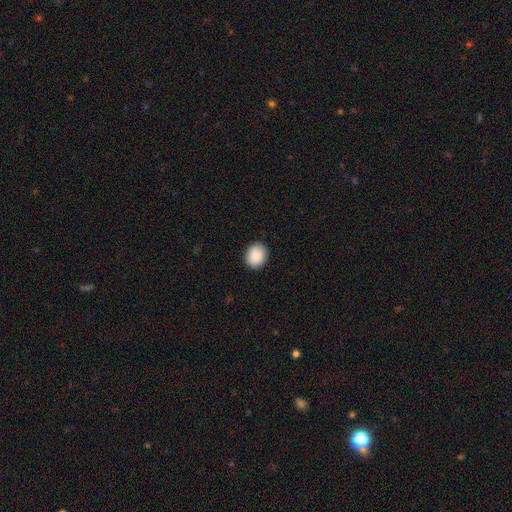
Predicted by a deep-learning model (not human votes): This is clearly a smooth galaxy (89%). How rounded: likely round (60%). Merging: clearly none (90%).